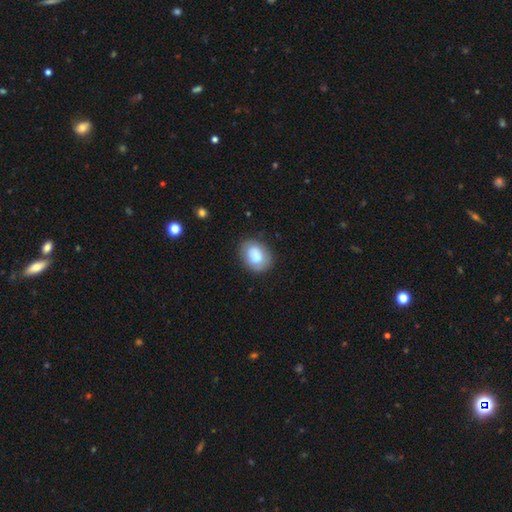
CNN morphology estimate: A smooth galaxy with no disk features (81%) that is in between round and cigar-shaped (69%).

Vote fractions:
- Smooth or featured? smooth: 81% / featured or disk: 12% / star or artifact: 7%
- How rounded? in between: 69% / round: 30% / cigar-shaped: 1%
- Merging? none: 76% / minor disturbance: 17% / major disturbance: 5% / merger: 2%